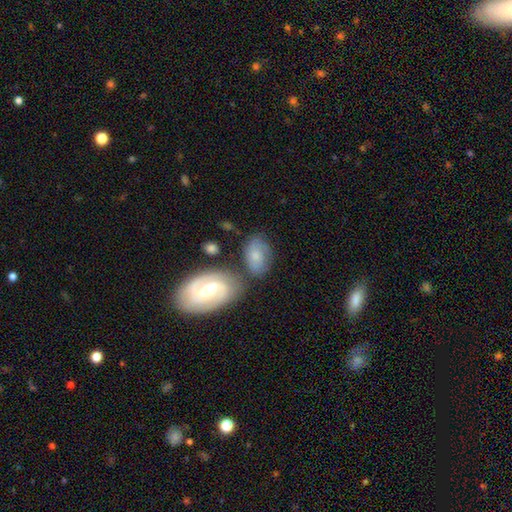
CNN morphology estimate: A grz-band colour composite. It shows a smooth galaxy with no disk features (49%). Merging: none (53%).